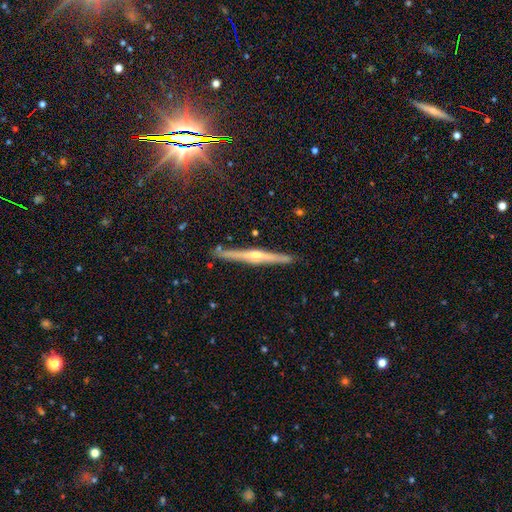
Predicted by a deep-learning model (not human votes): Q: Smooth or featured?
A: featured or disk (77%); runner-up: smooth (15%)
Q: Edge-on disk?
A: yes (98%); runner-up: no (2%)
Q: Edge-on bulge?
A: rounded (82%); runner-up: none (11%)
Q: Merging?
A: none (89%); runner-up: minor disturbance (8%)